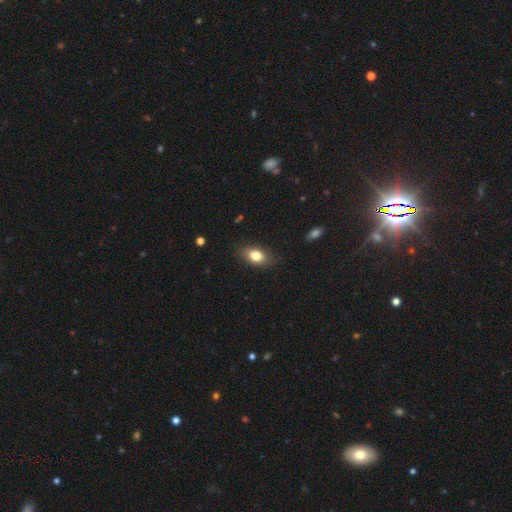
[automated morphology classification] Q: Smooth or featured?
A: smooth (81%); runner-up: featured or disk (11%)
Q: How rounded?
A: in between (85%); runner-up: round (13%)
Q: Merging?
A: none (83%); runner-up: minor disturbance (13%)